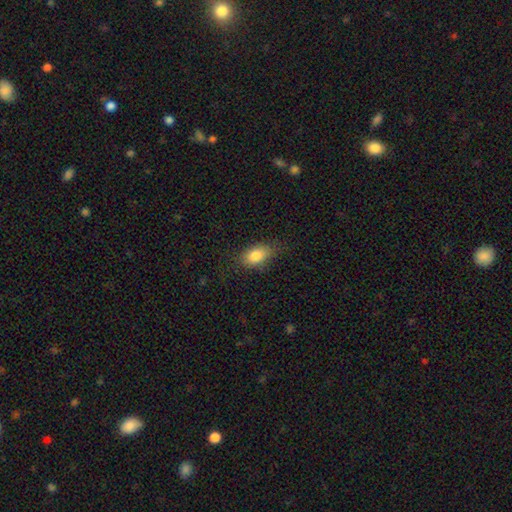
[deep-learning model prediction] Overall: smooth (83%). How rounded: in between (87%). Merging: none (74%).